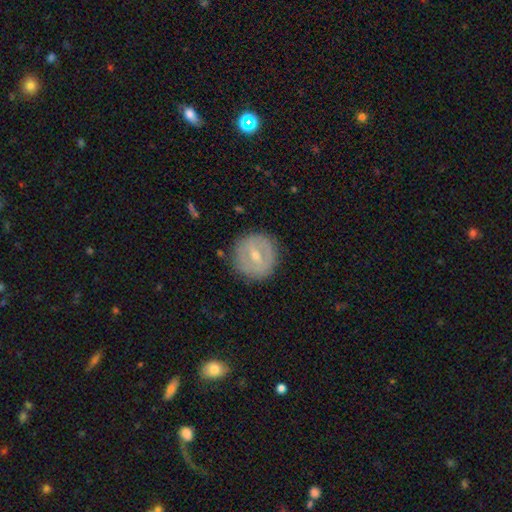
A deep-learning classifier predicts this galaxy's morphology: This is possibly a featured or disk galaxy (55%). It is clearly not viewed edge-on (94%). Bar: possibly weak (50%). Spiral arm pattern: likely no (68%). Central bulge: possibly moderate (49%). Merging: clearly none (85%).